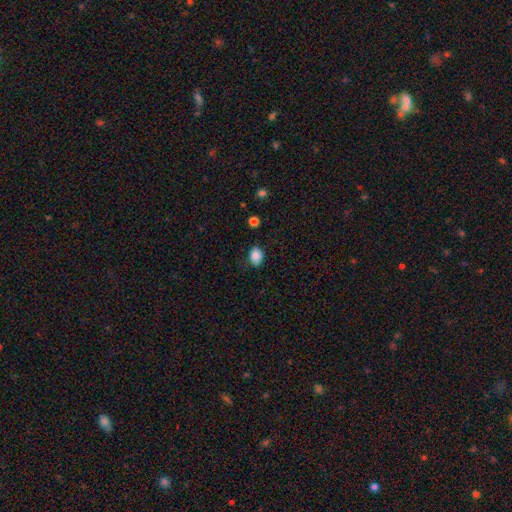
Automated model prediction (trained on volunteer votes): Q: Smooth or featured?
A: smooth (87%); runner-up: star or artifact (9%)
Q: How rounded?
A: in between (66%); runner-up: round (33%)
Q: Merging?
A: none (81%); runner-up: minor disturbance (14%)